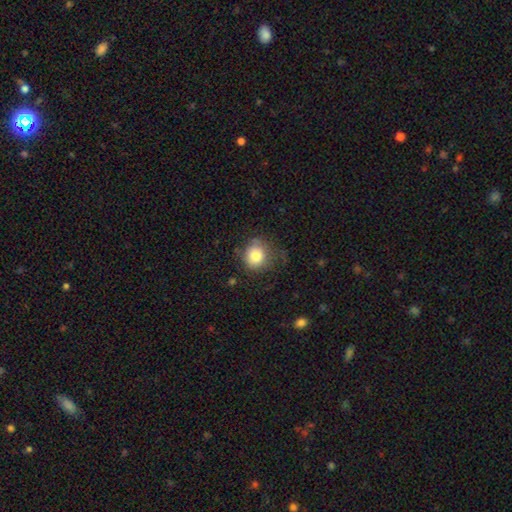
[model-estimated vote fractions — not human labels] This is clearly a smooth galaxy (81%). How rounded: likely round (78%). Merging: likely none (64%).